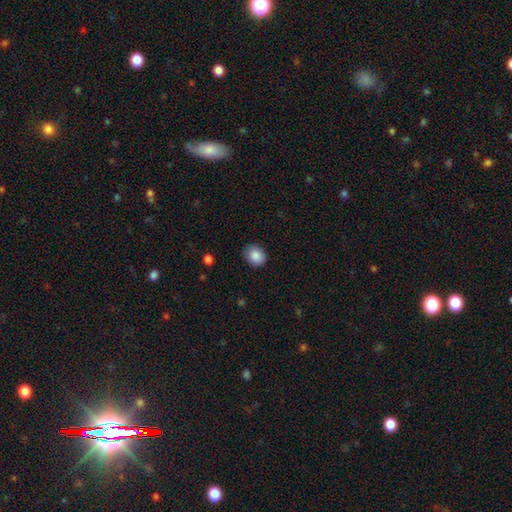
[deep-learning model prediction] Overall: smooth (88%). How rounded: round (55%; in between 44%). Merging: none (84%).